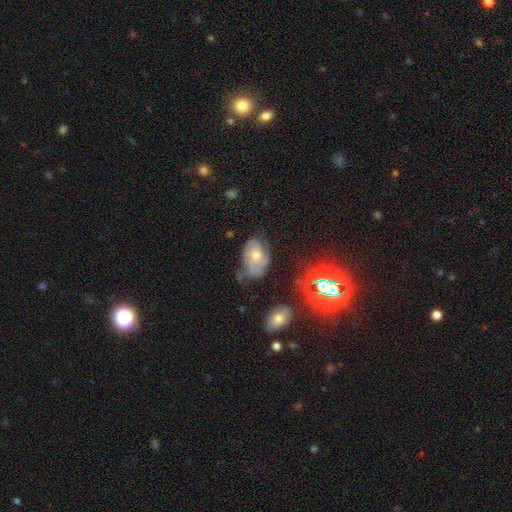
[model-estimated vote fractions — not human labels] A featured or disk galaxy (56%) with no bar (77%), spiral arms (80%) and a moderate central bulge (61%).

Vote fractions:
- Smooth or featured? featured or disk: 56% / smooth: 27% / star or artifact: 17%
- Edge-on disk? no: 95% / yes: 5%
- Bar? no: 77% / weak: 19% / strong: 4%
- Spiral arms? yes: 80% / no: 20%
- Bulge size? moderate: 61% / small: 32% / large: 3% / none: 3% / dominant: 1%
- Merging? none: 48% / minor disturbance: 34% / major disturbance: 14% / merger: 3%